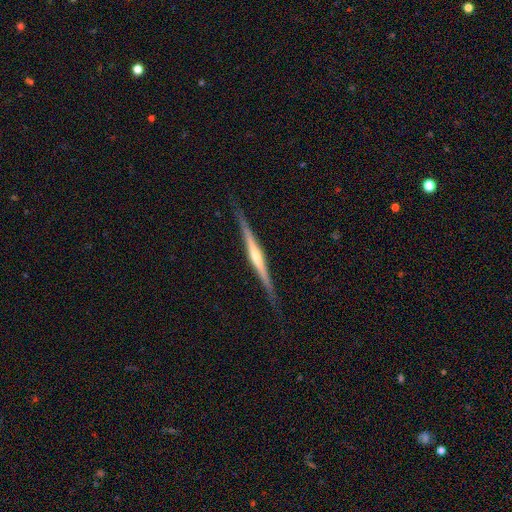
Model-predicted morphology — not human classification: type=featured or disk (83%); edge-on=yes (98%); edge-on bulge=rounded (71%); merging=none (89%).